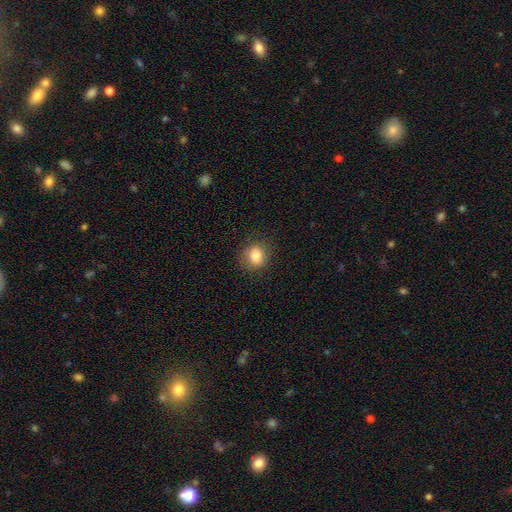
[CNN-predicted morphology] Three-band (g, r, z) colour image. It shows a smooth galaxy with no disk features (82%) that is round (74%). Merging: none (84%).